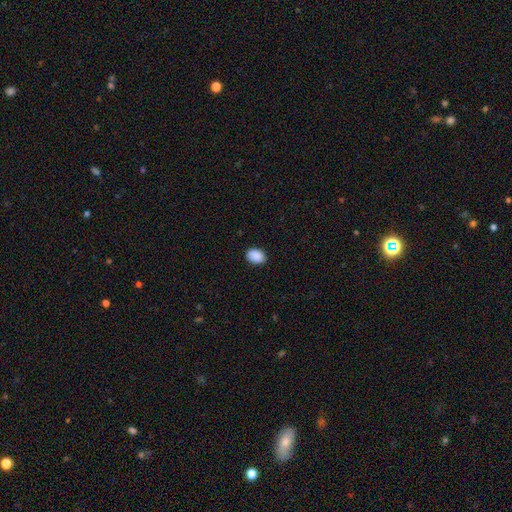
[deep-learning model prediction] Smooth or featured? Predicted: smooth (p=0.91). How rounded? Predicted: in between (p=0.77). Merging? Predicted: none (p=0.88).